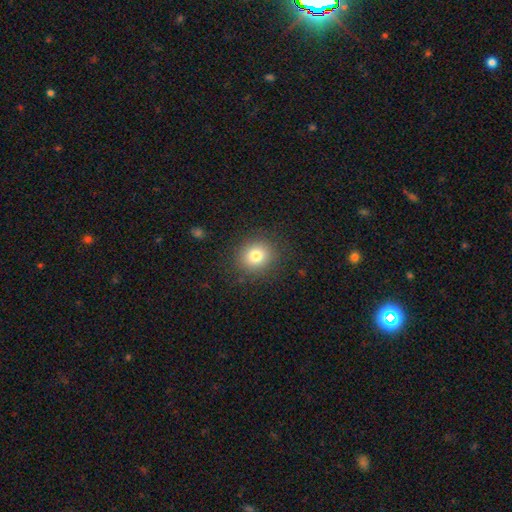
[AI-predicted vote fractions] This appears to be a smooth galaxy with no disk features (80%) that is round (81%). Merging: none (88%).